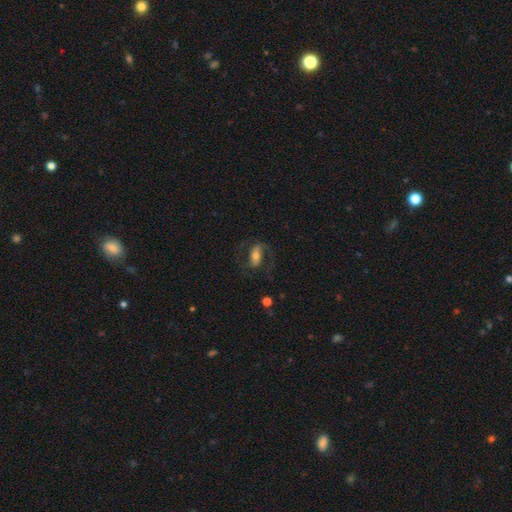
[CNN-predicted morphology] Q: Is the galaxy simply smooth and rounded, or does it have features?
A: featured or disk — 69%.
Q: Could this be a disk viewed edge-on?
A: no — 95%.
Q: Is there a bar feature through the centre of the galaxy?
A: strong — 43%.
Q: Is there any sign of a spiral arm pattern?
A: yes — 87%.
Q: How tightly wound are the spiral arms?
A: medium — 51%.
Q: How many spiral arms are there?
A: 2 — 87%.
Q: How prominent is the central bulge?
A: moderate — 60%.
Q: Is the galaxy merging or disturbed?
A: none — 68%.